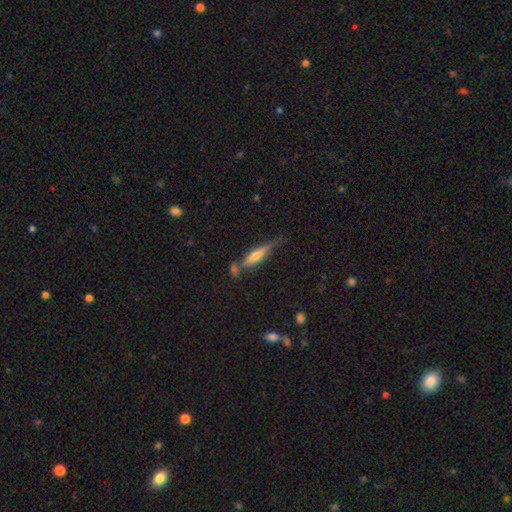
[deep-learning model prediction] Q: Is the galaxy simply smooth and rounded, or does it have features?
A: featured or disk — 48%.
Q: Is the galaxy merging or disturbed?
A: none — 58%.